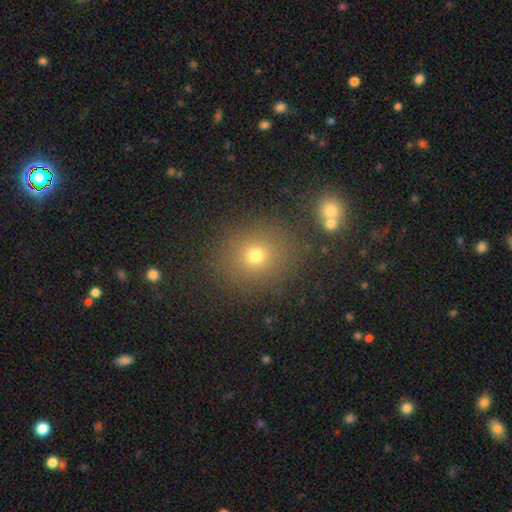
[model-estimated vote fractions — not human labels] Smooth or featured? Predicted: smooth (p=0.69). How rounded? Predicted: round (p=0.81). Merging? Predicted: none (p=0.83).